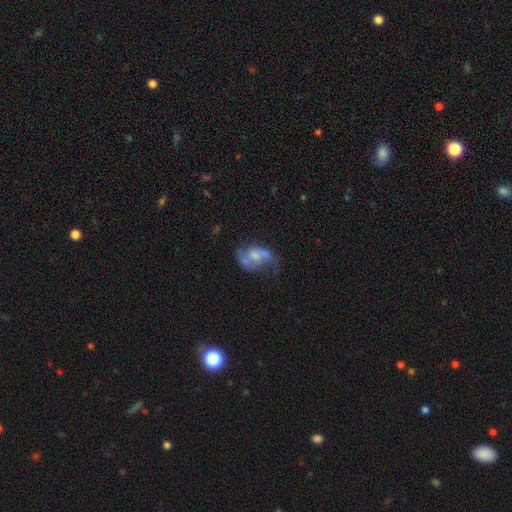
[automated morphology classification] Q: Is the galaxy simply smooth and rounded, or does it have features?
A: featured or disk — 71%.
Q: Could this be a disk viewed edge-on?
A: no — 97%.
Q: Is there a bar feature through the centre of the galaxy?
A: no — 60%.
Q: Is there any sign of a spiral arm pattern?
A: yes — 82%.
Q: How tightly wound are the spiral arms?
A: loose — 57%.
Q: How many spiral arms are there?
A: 2 — 82%.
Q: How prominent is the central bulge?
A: small — 37%.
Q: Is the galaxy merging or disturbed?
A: none — 44%.